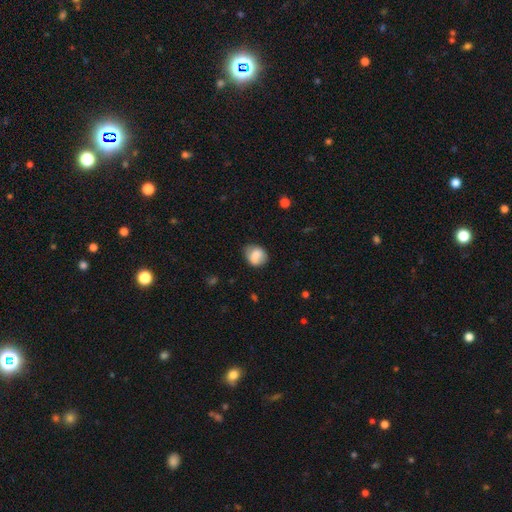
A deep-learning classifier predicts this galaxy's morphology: Overall: smooth (74%). How rounded: round (63%; in between 36%). Merging: none (65%).